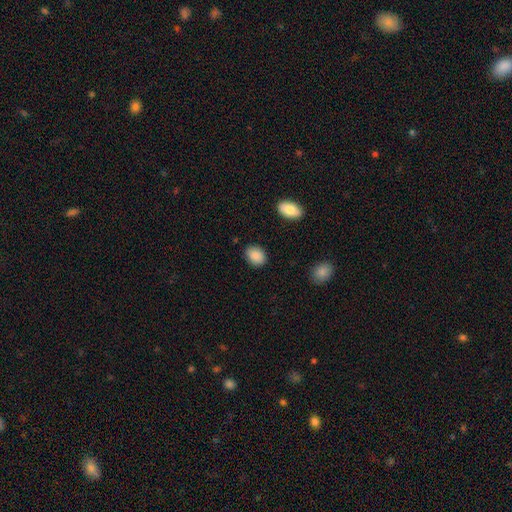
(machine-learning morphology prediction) Q: Smooth or featured?
A: smooth (88%); runner-up: star or artifact (7%)
Q: How rounded?
A: in between (69%); runner-up: round (30%)
Q: Merging?
A: none (86%); runner-up: minor disturbance (10%)